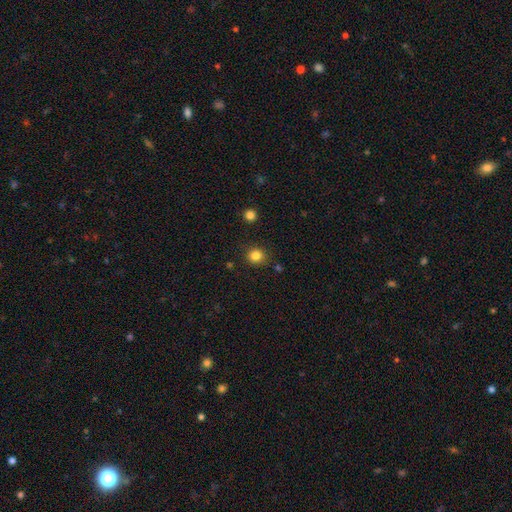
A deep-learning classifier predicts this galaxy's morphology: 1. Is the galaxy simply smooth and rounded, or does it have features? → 83% smooth, 12% star or artifact, 5% featured or disk.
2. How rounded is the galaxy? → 90% round, 10% in between, 1% cigar-shaped.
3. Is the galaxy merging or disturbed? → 88% none, 7% minor disturbance, 2% merger, 2% major disturbance.